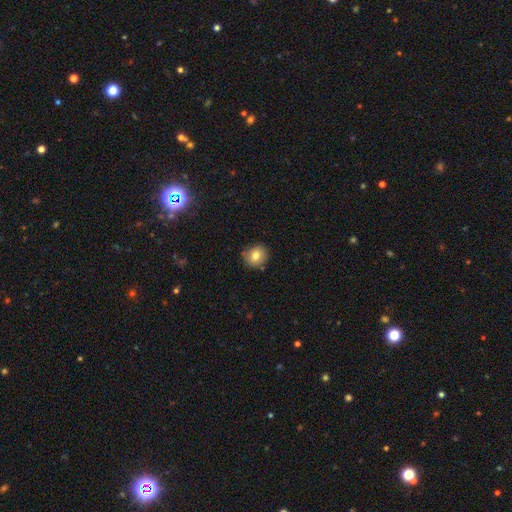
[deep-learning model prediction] Smooth or featured? smooth (80%)
How rounded? round (83%)
Merging? none (84%)